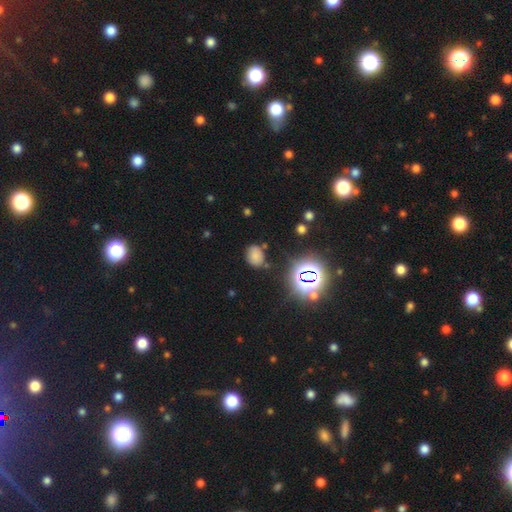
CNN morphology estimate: type=smooth (67%); roundness=in between (65%); merging=none (71%).